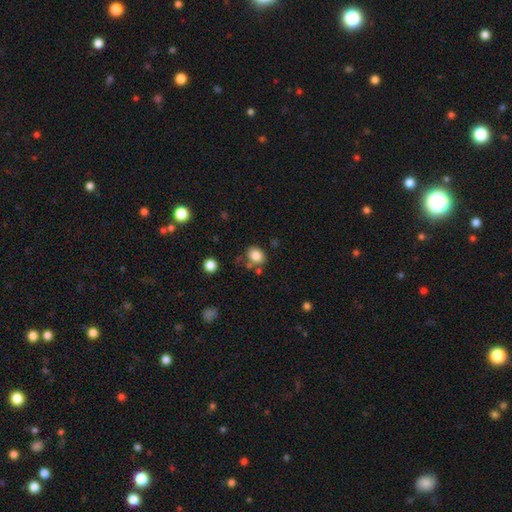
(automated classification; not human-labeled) Smooth or featured? smooth (83%)
How rounded? in between (52%)
Merging? none (68%)